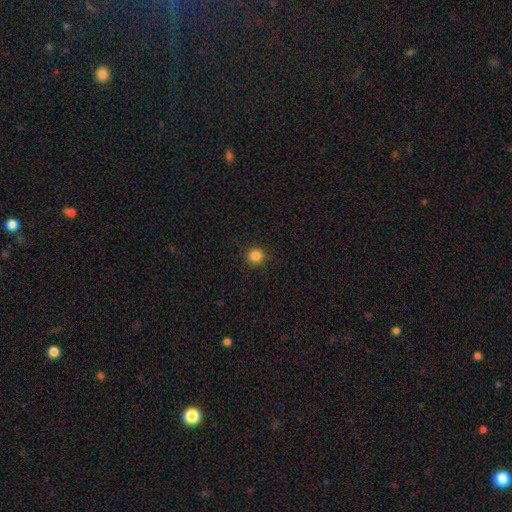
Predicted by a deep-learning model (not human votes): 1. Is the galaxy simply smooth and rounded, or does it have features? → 85% smooth, 12% star or artifact, 4% featured or disk.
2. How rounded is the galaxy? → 92% round, 7% in between, 1% cigar-shaped.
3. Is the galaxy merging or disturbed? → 91% none, 6% minor disturbance, 2% major disturbance, 1% merger.